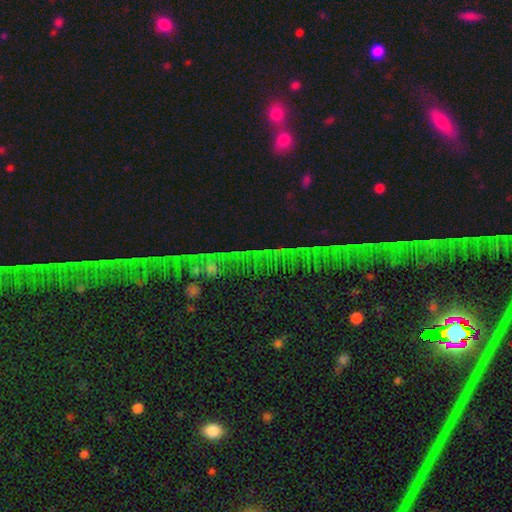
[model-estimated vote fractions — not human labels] Overall: star or artifact (79%).